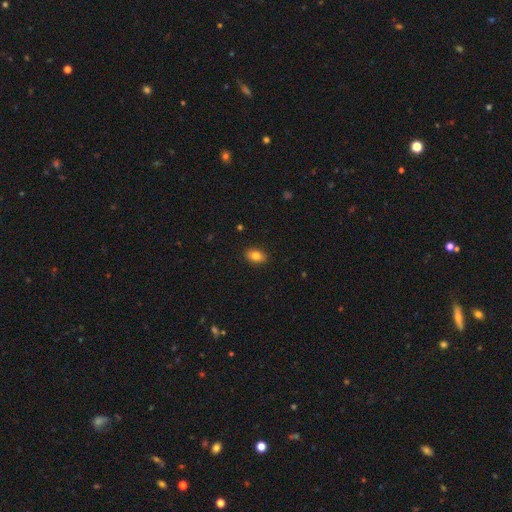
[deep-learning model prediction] smooth_or_featured: smooth (p=0.83) [alt: star or artifact p=0.09]
how_rounded: in between (p=0.85) [alt: round p=0.13]
merging: none (p=0.89) [alt: minor disturbance p=0.08]